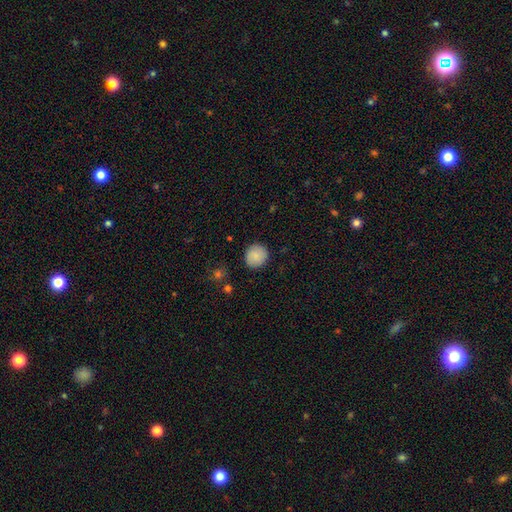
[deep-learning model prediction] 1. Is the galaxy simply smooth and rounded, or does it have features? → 87% smooth, 7% star or artifact, 6% featured or disk.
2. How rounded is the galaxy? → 91% round, 8% in between, 1% cigar-shaped.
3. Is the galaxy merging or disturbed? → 89% none, 7% minor disturbance, 2% major disturbance, 1% merger.